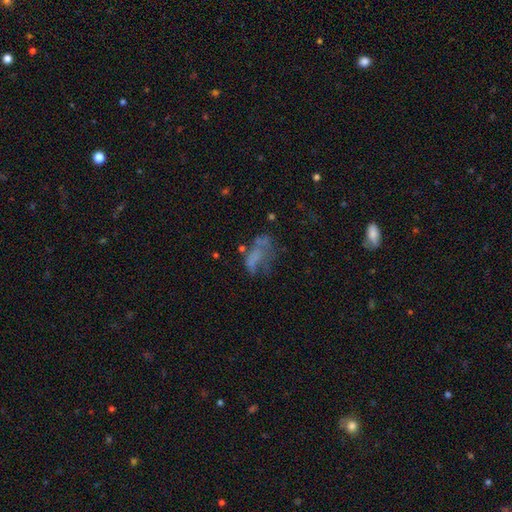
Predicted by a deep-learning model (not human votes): Morphology: type=featured or disk (43%); merging=major disturbance (39%).